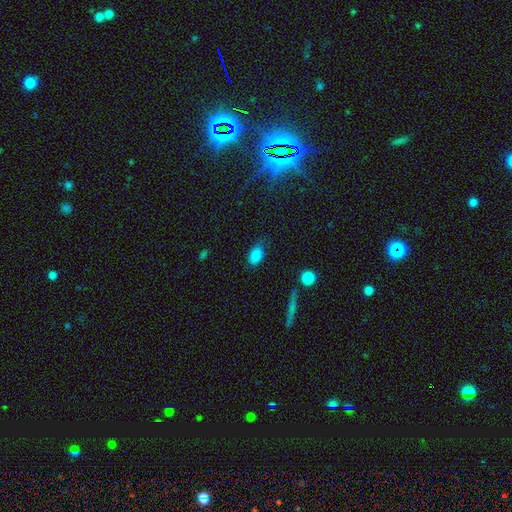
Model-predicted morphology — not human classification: Q: Smooth or featured?
A: smooth (85%); runner-up: star or artifact (10%)
Q: How rounded?
A: in between (88%); runner-up: round (10%)
Q: Merging?
A: none (72%); runner-up: minor disturbance (21%)